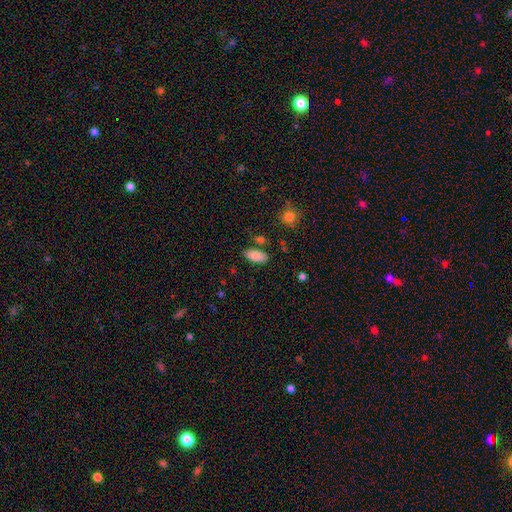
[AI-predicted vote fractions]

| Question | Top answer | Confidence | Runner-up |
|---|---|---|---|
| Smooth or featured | smooth | 87% | star or artifact (8%) |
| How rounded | in between | 92% | cigar-shaped (6%) |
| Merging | none | 79% | minor disturbance (12%) |